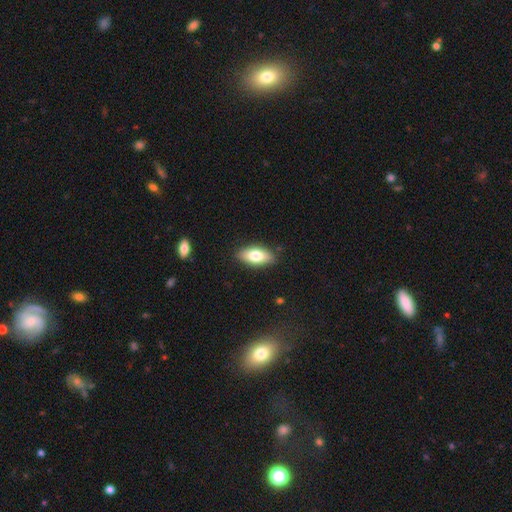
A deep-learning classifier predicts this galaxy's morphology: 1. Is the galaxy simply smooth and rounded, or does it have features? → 78% smooth, 16% featured or disk, 7% star or artifact.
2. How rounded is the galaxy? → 88% in between, 9% cigar-shaped, 3% round.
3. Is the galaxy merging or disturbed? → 86% none, 10% minor disturbance, 2% major disturbance, 1% merger.